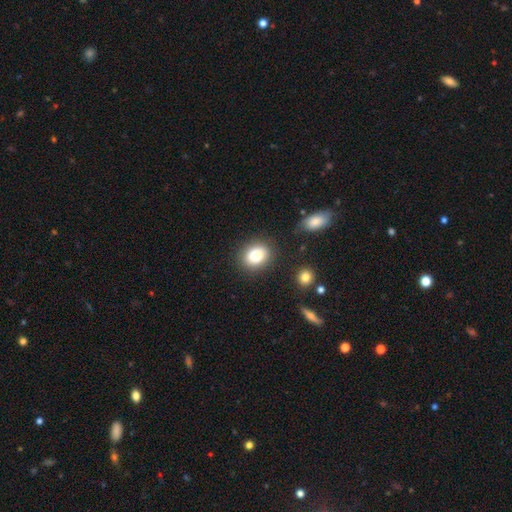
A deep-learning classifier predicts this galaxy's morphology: Smooth or featured: smooth — 84% (star or artifact — 9%)
How rounded: round — 51% (in between — 48%)
Merging: none — 83% (minor disturbance — 10%)